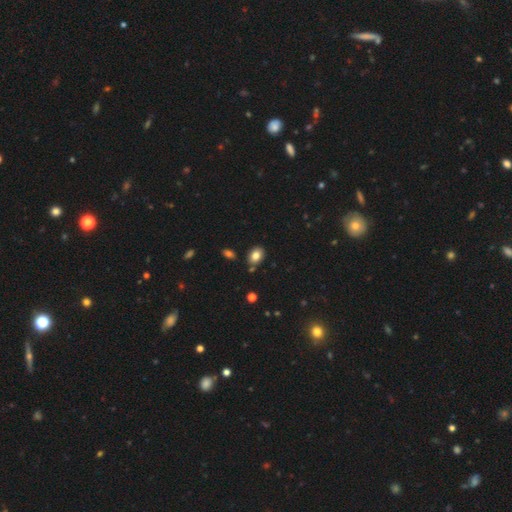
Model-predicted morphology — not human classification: The model was most divided on "how rounded": in between: 73%, round: 26%, cigar-shaped: 1%. More confident: smooth or featured — smooth (81%); merging — none (80%).